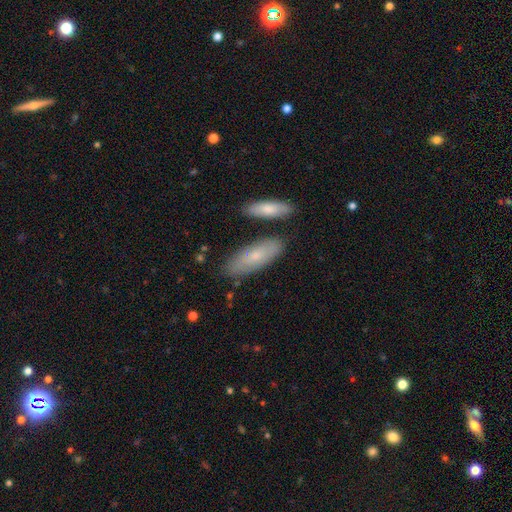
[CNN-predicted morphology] This appears to be a smooth galaxy with no disk features (70%) that is in between round and cigar-shaped (64%). Merging: none (78%).